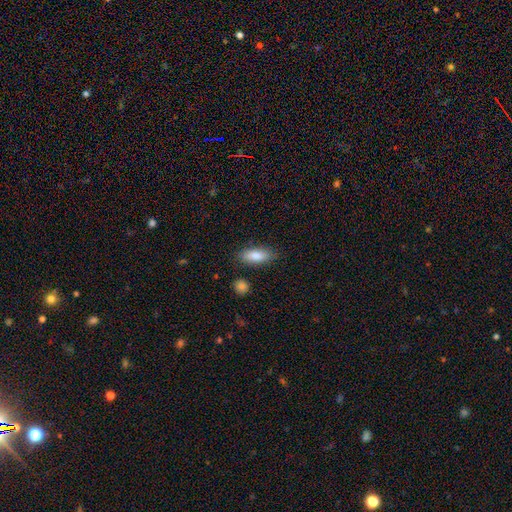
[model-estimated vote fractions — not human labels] The model was most divided on "how rounded": in between: 77%, cigar-shaped: 21%, round: 2%. More confident: smooth or featured — smooth (84%); merging — none (82%).